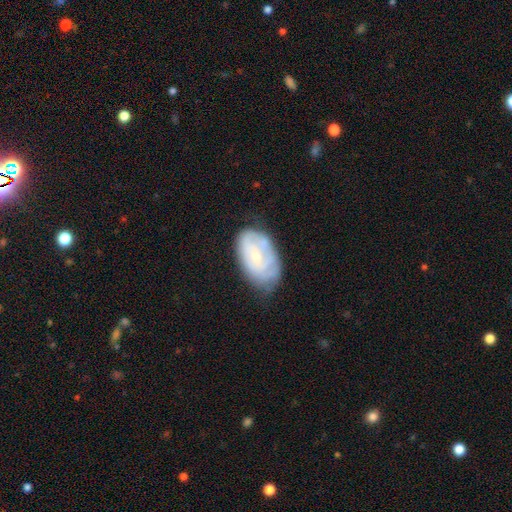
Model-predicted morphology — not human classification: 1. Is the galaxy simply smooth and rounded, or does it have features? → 59% featured or disk, 34% smooth, 7% star or artifact.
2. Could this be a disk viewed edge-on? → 95% no, 5% yes.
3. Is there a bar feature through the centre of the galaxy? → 71% no, 24% weak, 5% strong.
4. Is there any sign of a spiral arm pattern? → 69% yes, 31% no.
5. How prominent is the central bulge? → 67% small, 28% moderate, 2% none, 1% large, 1% dominant.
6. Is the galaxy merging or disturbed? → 63% none, 28% minor disturbance, 8% major disturbance, 2% merger.